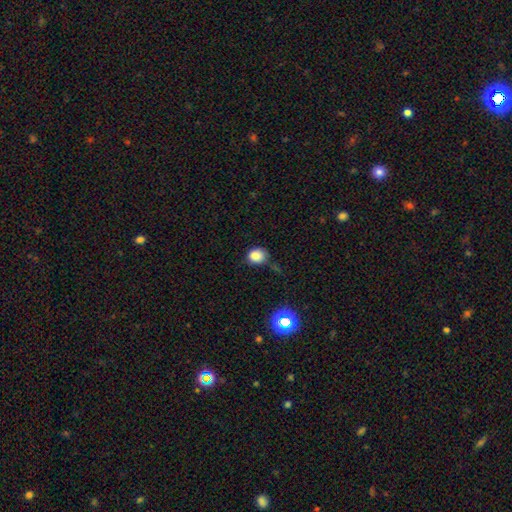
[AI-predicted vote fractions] smooth 83%, star or artifact 12%, featured or disk 5%. Down the decision tree: how rounded — round (66%); merging — none (61%).